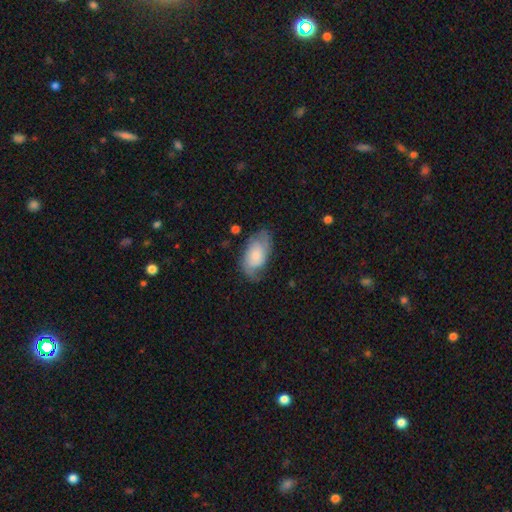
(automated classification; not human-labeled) A featured or disk galaxy (48%). Merging: none (63%).